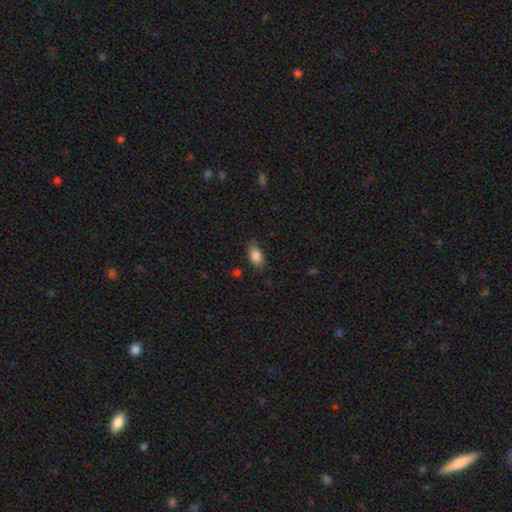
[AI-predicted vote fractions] smooth-or-featured: smooth: 86% | star or artifact: 8% | featured or disk: 5%
  how-rounded: in between: 88% | round: 9% | cigar-shaped: 3%
  merging: none: 81% | minor disturbance: 14% | major disturbance: 3% | merger: 1%